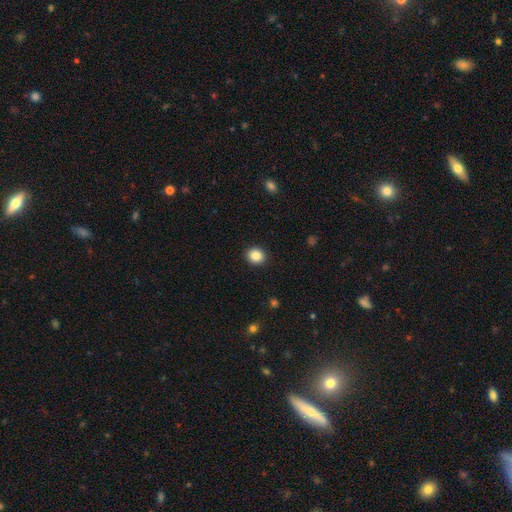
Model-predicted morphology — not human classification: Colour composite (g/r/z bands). It shows a smooth galaxy with no disk features (87%) that is round (75%). Merging: none (91%).